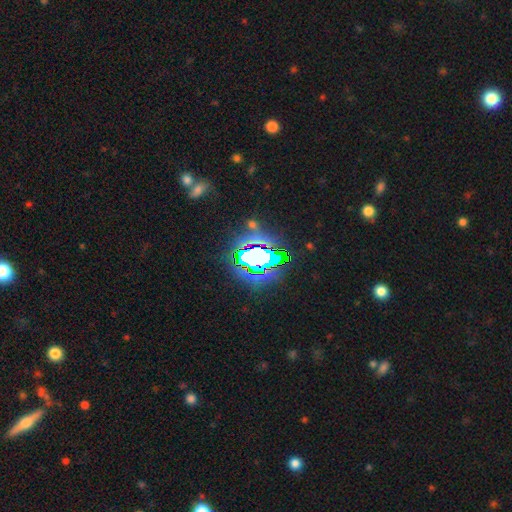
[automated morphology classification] Smooth or featured?
  - star or artifact: 66% *
  - smooth: 19%
  - featured or disk: 15%